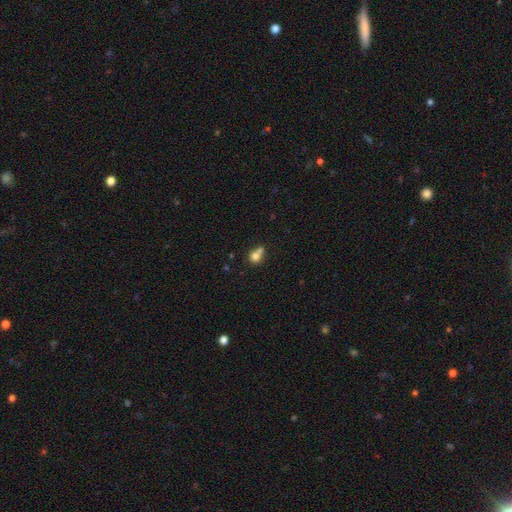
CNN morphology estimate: Overall: smooth (76%). How rounded: round (79%). Merging: merger (52%; none 36%).